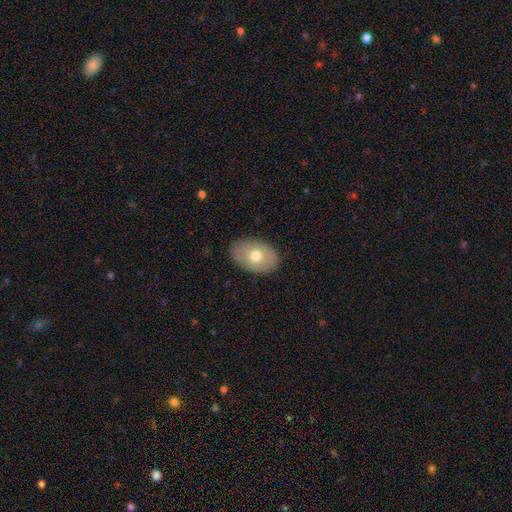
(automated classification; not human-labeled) Smooth or featured? Predicted: smooth (p=0.62). How rounded? Predicted: in between (p=0.82). Merging? Predicted: none (p=0.85).